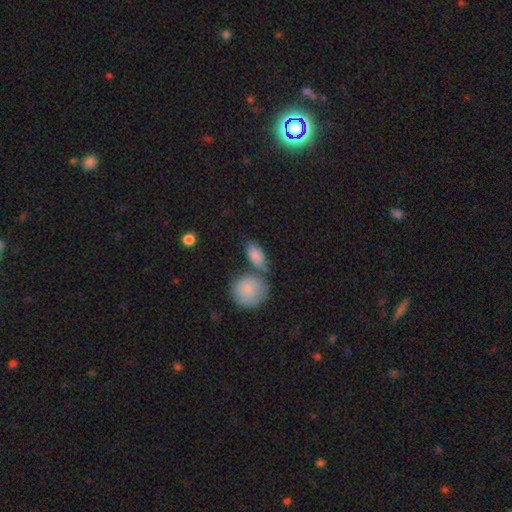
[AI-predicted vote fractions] Smooth or featured?
  - smooth: 81% *
  - featured or disk: 12%
  - star or artifact: 7%
How rounded?
  - in between: 84% *
  - round: 11%
  - cigar-shaped: 5%
Merging?
  - none: 45% *
  - merger: 31%
  - minor disturbance: 17%
  - major disturbance: 7%